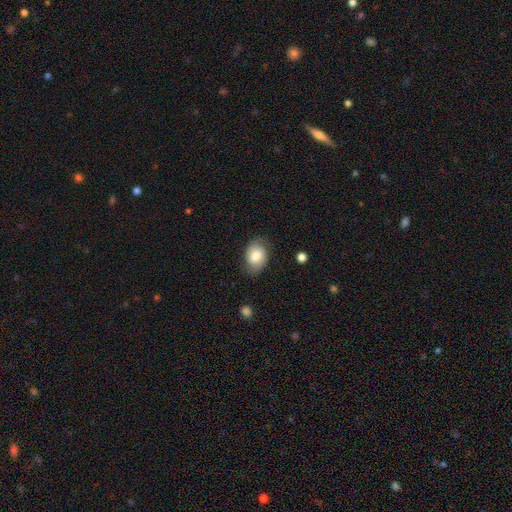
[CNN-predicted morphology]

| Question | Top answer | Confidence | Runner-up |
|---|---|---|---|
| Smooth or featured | smooth | 73% | featured or disk (20%) |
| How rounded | in between | 81% | round (18%) |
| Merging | none | 71% | minor disturbance (22%) |